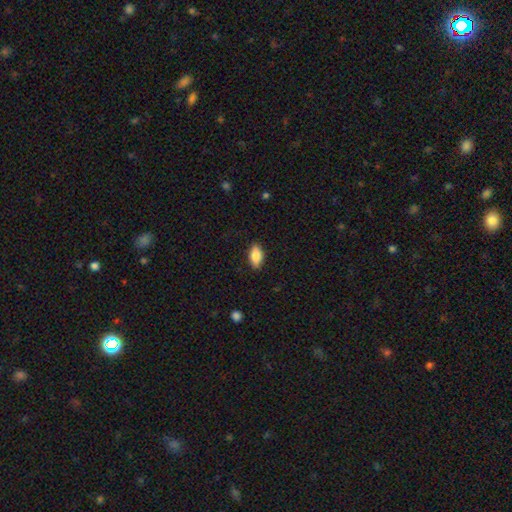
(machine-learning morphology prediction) smooth-or-featured: smooth: 84% | featured or disk: 10% | star or artifact: 7%
  how-rounded: in between: 88% | cigar-shaped: 8% | round: 4%
  merging: none: 86% | minor disturbance: 11% | major disturbance: 2% | merger: 1%